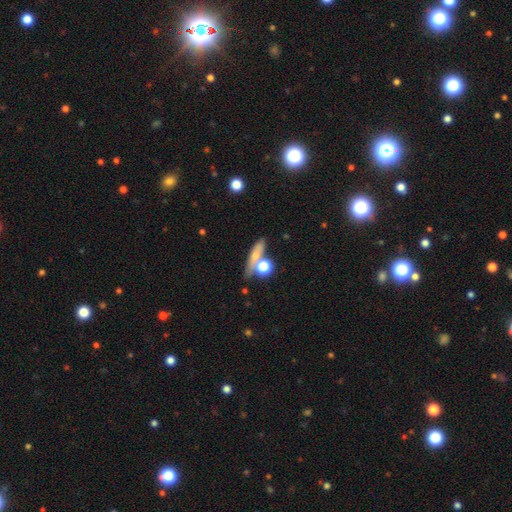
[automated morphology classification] A smooth galaxy with no disk features (61%) that is cigar-shaped (47%). Merging: none (57%).